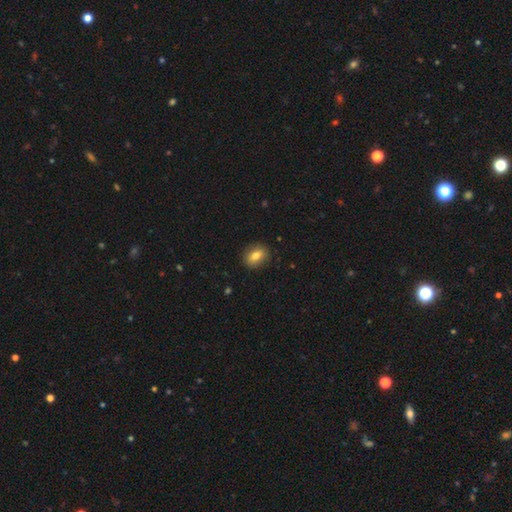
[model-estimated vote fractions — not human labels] smooth_or_featured: smooth (p=0.78) [alt: featured or disk p=0.13]
how_rounded: in between (p=0.65) [alt: round p=0.33]
merging: none (p=0.87) [alt: minor disturbance p=0.10]